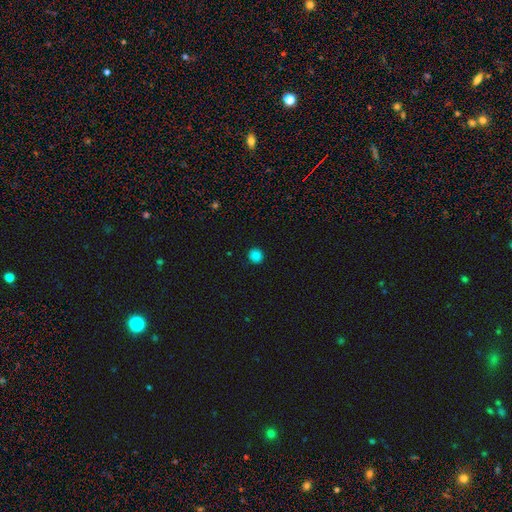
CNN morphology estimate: smooth 85%, star or artifact 13%, featured or disk 2%. Down the decision tree: how rounded — round (92%); merging — none (92%).